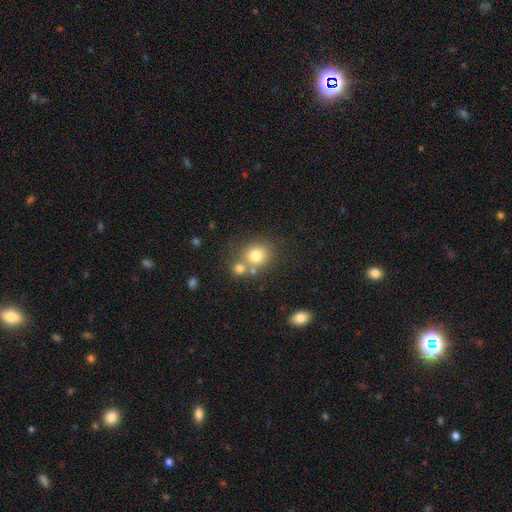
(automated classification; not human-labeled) Overall: smooth (77%). How rounded: round (80%). Merging: none (58%; merger 28%).